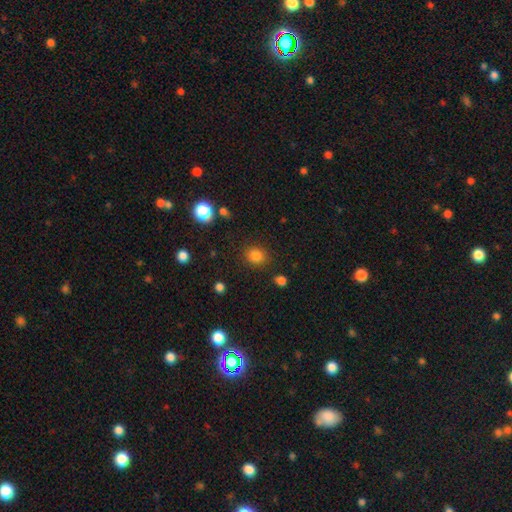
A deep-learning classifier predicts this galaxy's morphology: smooth-or-featured: smooth: 84% | star or artifact: 12% | featured or disk: 4%
  how-rounded: round: 74% | in between: 25% | cigar-shaped: 1%
  merging: none: 84% | minor disturbance: 10% | major disturbance: 4% | merger: 2%